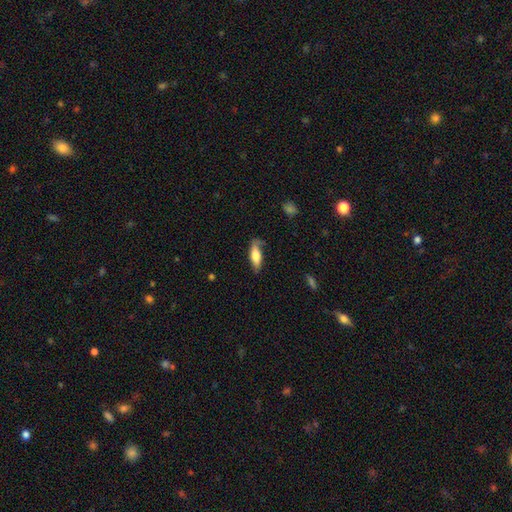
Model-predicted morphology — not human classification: Smooth or featured? Predicted: smooth (p=0.64). How rounded? Predicted: in between (p=0.59). Merging? Predicted: none (p=0.61).